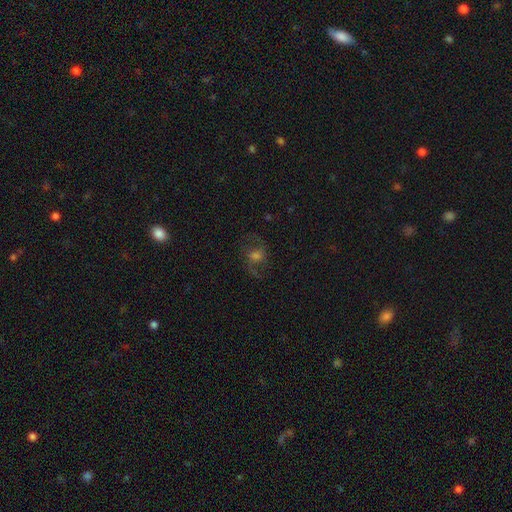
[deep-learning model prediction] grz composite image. It shows a featured or disk galaxy (58%) with no bar (59%), spiral arms (87%) and a moderate central bulge (46%). Merging: none (66%).